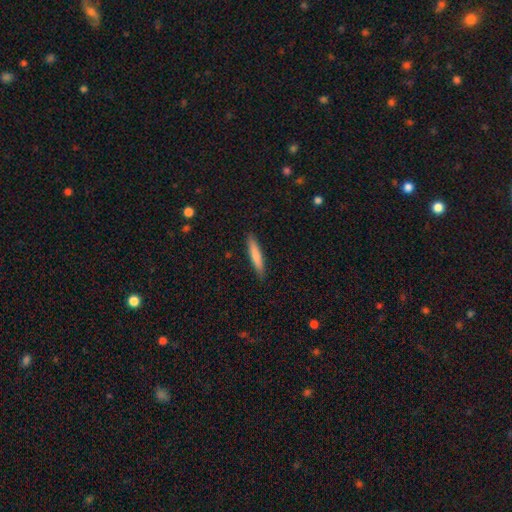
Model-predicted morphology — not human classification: Smooth or featured: smooth — 77% (featured or disk — 17%)
How rounded: cigar-shaped — 90% (in between — 9%)
Merging: none — 89% (minor disturbance — 8%)